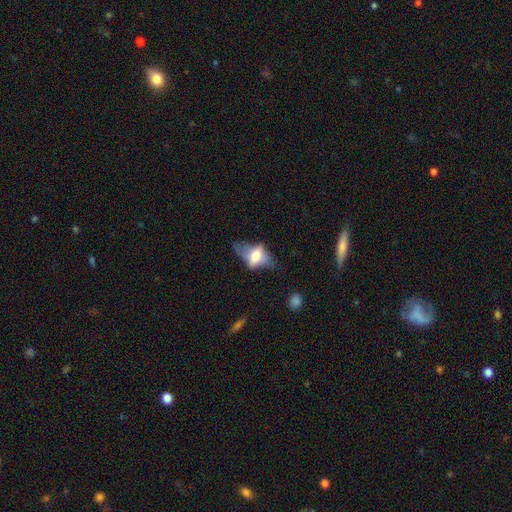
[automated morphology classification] Overall: featured or disk (49%; smooth 42%). Merging: none (40%; major disturbance 30%).